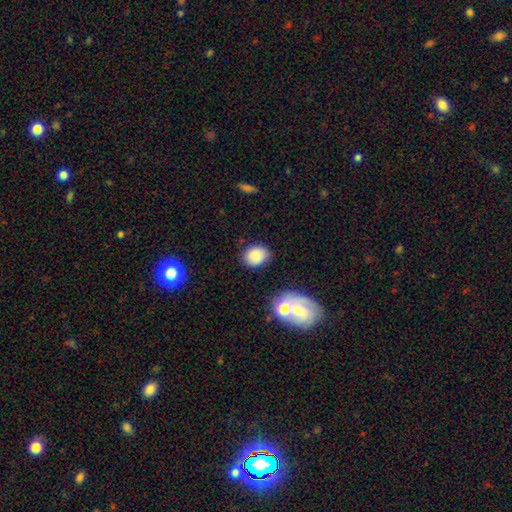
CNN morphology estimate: This appears to be a smooth galaxy with no disk features (85%) that is in between round and cigar-shaped (52%). Merging: none (78%).